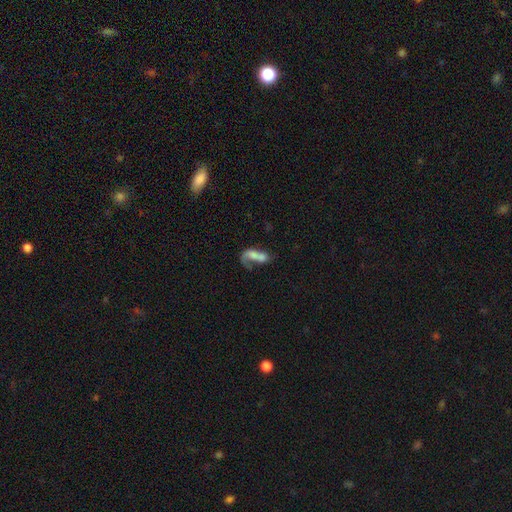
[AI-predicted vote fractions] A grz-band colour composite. It shows a smooth galaxy with no disk features (49%). Merging: merger (50%).